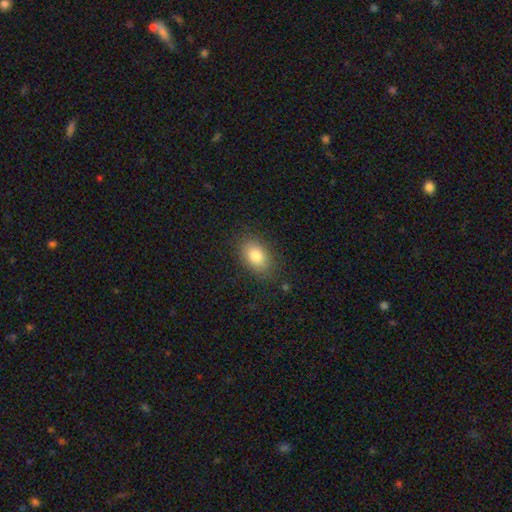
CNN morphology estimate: Smooth or featured? Predicted: smooth (p=0.82). How rounded? Predicted: in between (p=0.84). Merging? Predicted: none (p=0.84).